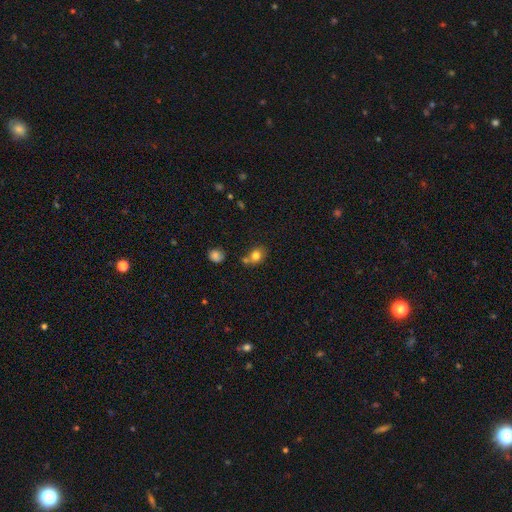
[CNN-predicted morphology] smooth_or_featured: smooth (p=0.79) [alt: star or artifact p=0.11]
how_rounded: round (p=0.61) [alt: in between p=0.38]
merging: none (p=0.53) [alt: merger p=0.26]